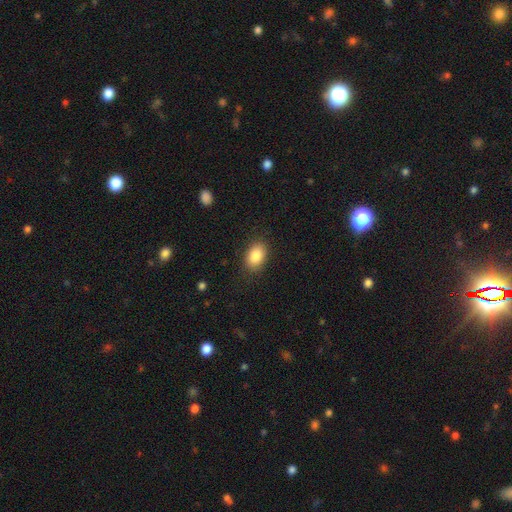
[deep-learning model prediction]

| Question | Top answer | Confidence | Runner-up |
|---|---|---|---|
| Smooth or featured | smooth | 87% | star or artifact (7%) |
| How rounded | in between | 86% | round (13%) |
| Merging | none | 85% | minor disturbance (11%) |